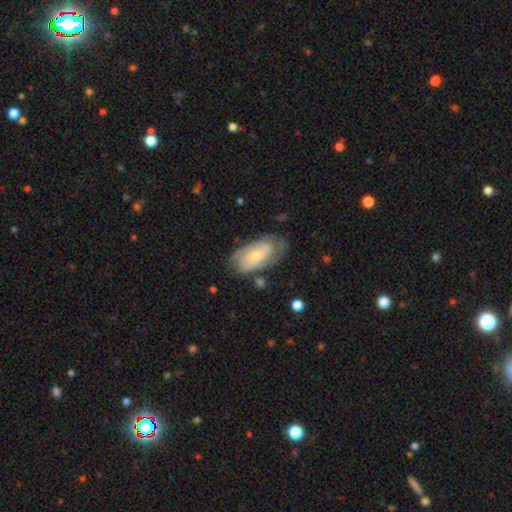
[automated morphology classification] A featured or disk galaxy (69%) with no bar (52%), 2 (56%) tight (47%) spiral arms (89%) and a small central bulge (53%).

Vote fractions:
- Smooth or featured? featured or disk: 69% / smooth: 25% / star or artifact: 6%
- Edge-on disk? no: 94% / yes: 6%
- Bar? no: 52% / weak: 38% / strong: 10%
- Spiral arms? yes: 89% / no: 11%
- Spiral winding? tight: 47% / medium: 40% / loose: 13%
- Spiral arm count? 2: 56% / can't tell: 26% / 3: 10% / 1: 4% / 4: 2% / more than 4: 2%
- Bulge size? small: 53% / moderate: 39% / none: 3% / large: 3% / dominant: 1%
- Merging? none: 66% / minor disturbance: 22% / major disturbance: 9% / merger: 3%